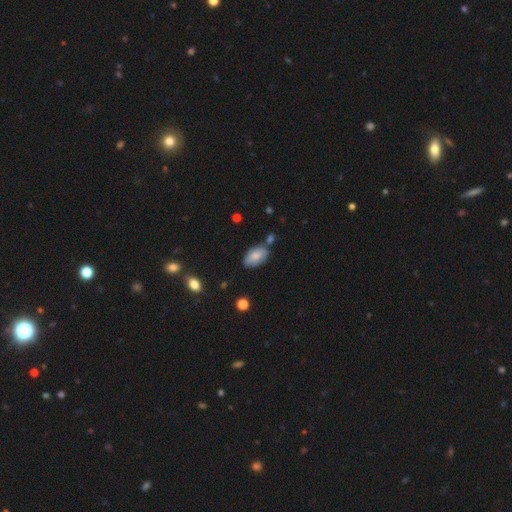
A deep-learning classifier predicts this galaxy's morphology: Smooth or featured? Predicted: smooth (p=0.74). How rounded? Predicted: in between (p=0.94). Merging? Predicted: none (p=0.61).